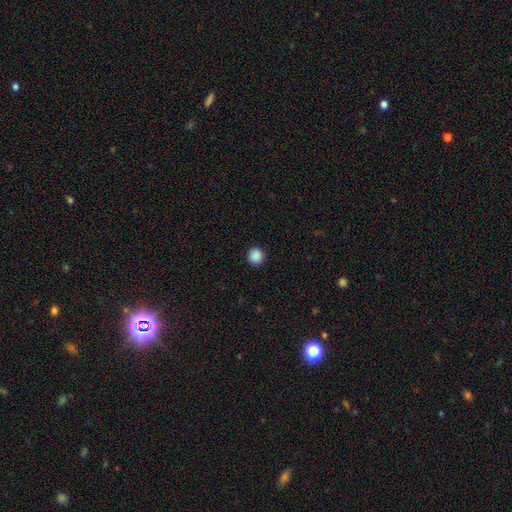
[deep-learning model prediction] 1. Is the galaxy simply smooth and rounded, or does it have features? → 88% smooth, 9% star or artifact, 2% featured or disk.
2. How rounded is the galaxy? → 93% round, 6% in between, 1% cigar-shaped.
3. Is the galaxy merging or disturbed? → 92% none, 5% minor disturbance, 2% major disturbance, 1% merger.